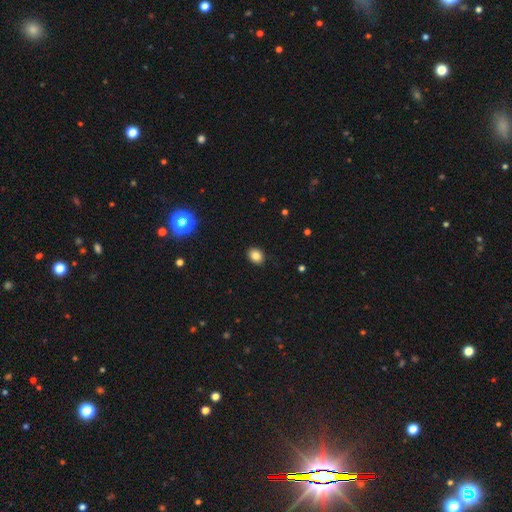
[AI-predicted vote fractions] smooth_or_featured: smooth (p=0.85) [alt: star or artifact p=0.11]
how_rounded: round (p=0.51) [alt: in between p=0.49]
merging: none (p=0.90) [alt: minor disturbance p=0.07]